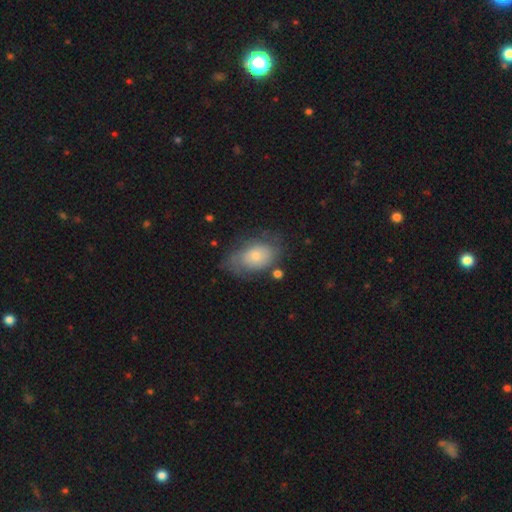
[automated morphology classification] A smooth galaxy with no disk features (51%) that is in between round and cigar-shaped (83%).

Vote fractions:
- Smooth or featured? smooth: 51% / featured or disk: 41% / star or artifact: 8%
- How rounded? in between: 83% / round: 15% / cigar-shaped: 2%
- Merging? none: 58% / minor disturbance: 27% / major disturbance: 12% / merger: 3%